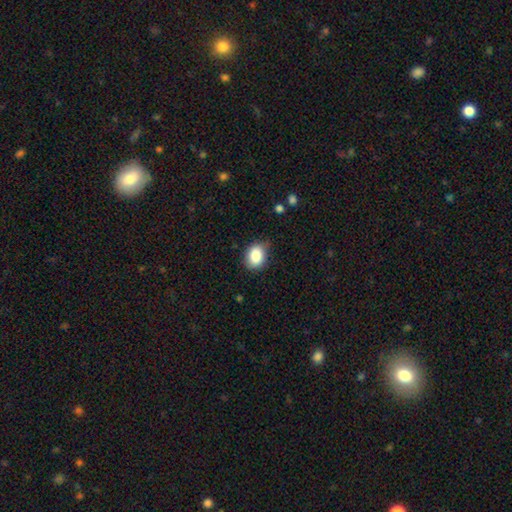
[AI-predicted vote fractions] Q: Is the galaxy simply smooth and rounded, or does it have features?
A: smooth — 87%.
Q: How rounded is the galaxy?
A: in between — 64%.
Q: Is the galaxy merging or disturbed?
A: none — 75%.